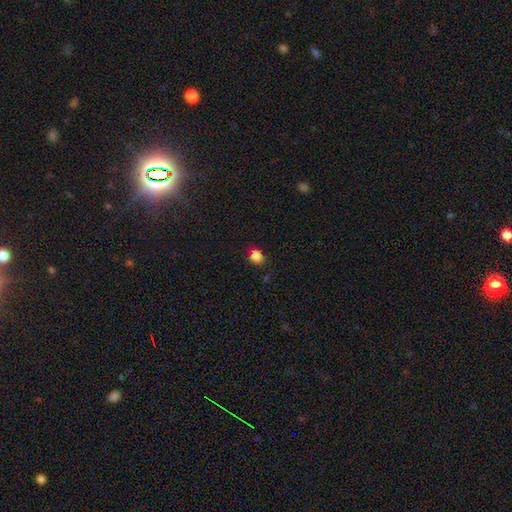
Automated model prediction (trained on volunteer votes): The model was most divided on "how rounded": round: 53%, in between: 46%, cigar-shaped: 1%. More confident: smooth or featured — smooth (83%); merging — none (77%).